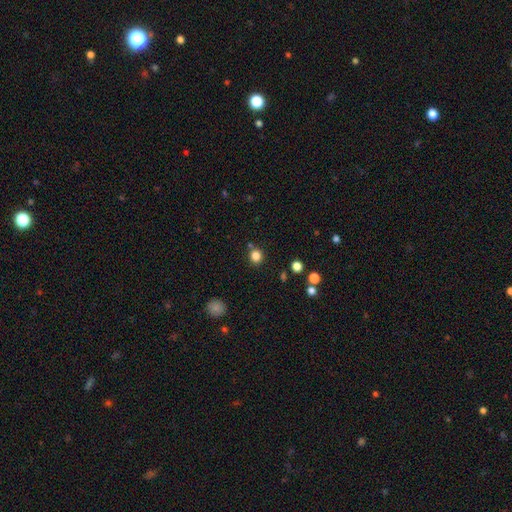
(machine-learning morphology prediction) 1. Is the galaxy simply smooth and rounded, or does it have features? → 82% smooth, 13% star or artifact, 5% featured or disk.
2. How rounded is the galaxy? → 84% round, 15% in between, 1% cigar-shaped.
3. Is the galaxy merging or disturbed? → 82% none, 9% minor disturbance, 7% merger, 3% major disturbance.